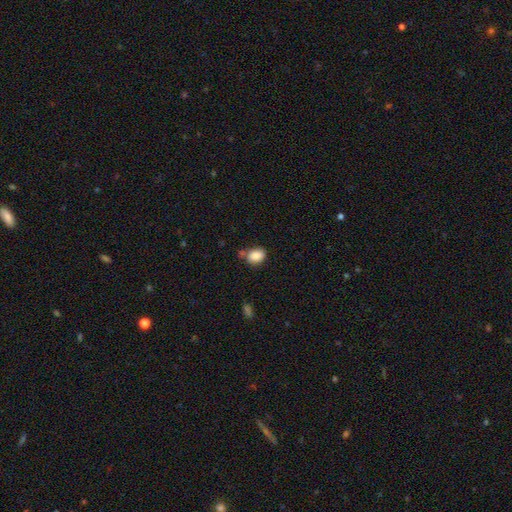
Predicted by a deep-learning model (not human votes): Smooth or featured? Predicted: smooth (p=0.87). How rounded? Predicted: in between (p=0.66). Merging? Predicted: none (p=0.60).